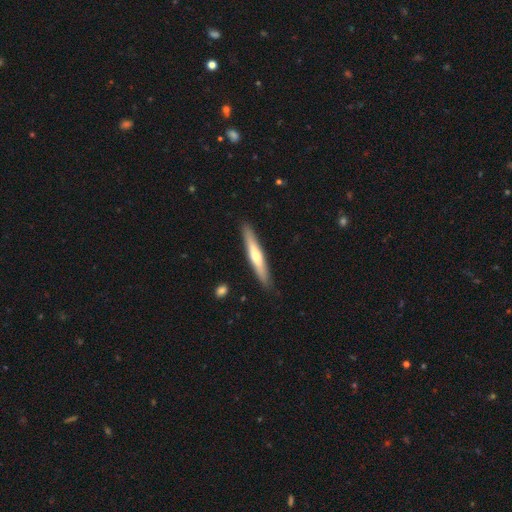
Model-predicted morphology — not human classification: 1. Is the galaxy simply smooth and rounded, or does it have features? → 50% featured or disk, 45% smooth, 5% star or artifact.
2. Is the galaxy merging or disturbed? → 90% none, 8% minor disturbance, 1% major disturbance, 1% merger.